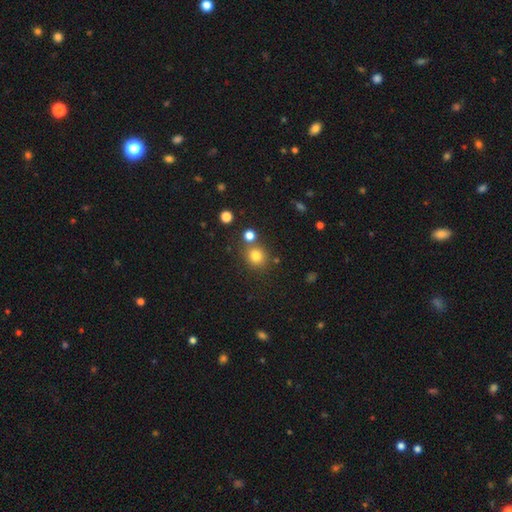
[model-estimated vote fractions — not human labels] smooth_or_featured: smooth (p=0.79) [alt: star or artifact p=0.14]
how_rounded: round (p=0.85) [alt: in between p=0.14]
merging: none (p=0.74) [alt: merger p=0.14]